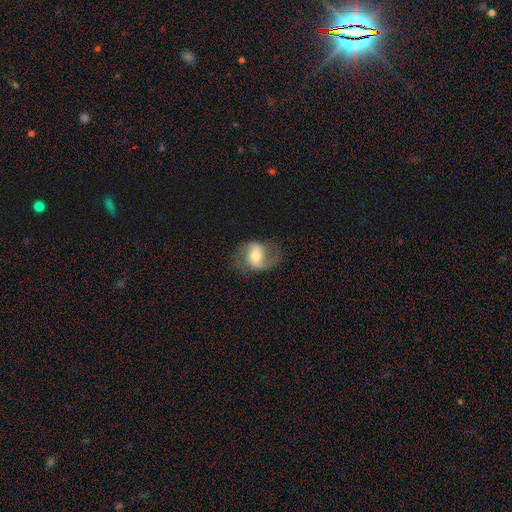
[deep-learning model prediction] A featured or disk galaxy (72%) with a weak bar (43%), 2 (83%) loose (49%) spiral arms (89%) and a moderate central bulge (65%).

Vote fractions:
- Smooth or featured? featured or disk: 72% / smooth: 21% / star or artifact: 7%
- Edge-on disk? no: 97% / yes: 3%
- Bar? weak: 43% / no: 34% / strong: 23%
- Spiral arms? yes: 89% / no: 11%
- Spiral winding? loose: 49% / medium: 40% / tight: 11%
- Spiral arm count? 2: 83% / 1: 10% / can't tell: 5% / 3: 1% / 4: 1% / more than 4: 1%
- Bulge size? moderate: 65% / small: 22% / large: 10% / none: 2% / dominant: 1%
- Merging? none: 67% / minor disturbance: 18% / major disturbance: 13% / merger: 1%